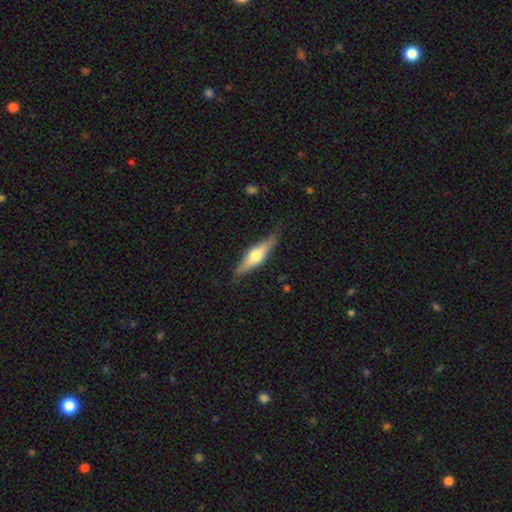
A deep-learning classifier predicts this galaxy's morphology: featured or disk 58%, smooth 37%, star or artifact 5%. Down the decision tree: edge-on disk — yes (94%); edge-on bulge — rounded (92%); merging — none (84%).